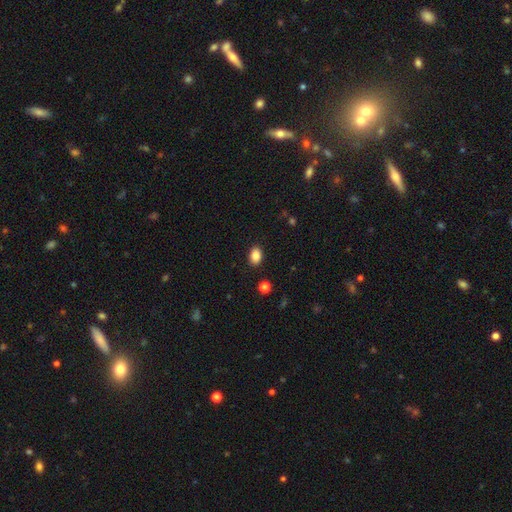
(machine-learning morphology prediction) This is clearly a smooth galaxy (85%). How rounded: likely in between (79%). Merging: clearly none (89%).